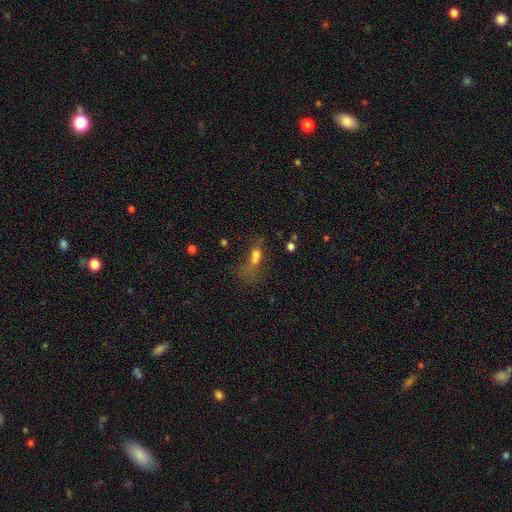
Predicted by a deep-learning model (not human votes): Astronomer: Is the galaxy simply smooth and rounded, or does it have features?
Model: smooth — 63%.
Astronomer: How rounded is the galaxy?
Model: in between — 61%.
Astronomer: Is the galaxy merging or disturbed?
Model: major disturbance — 35% (runner-up: merger, 29%).